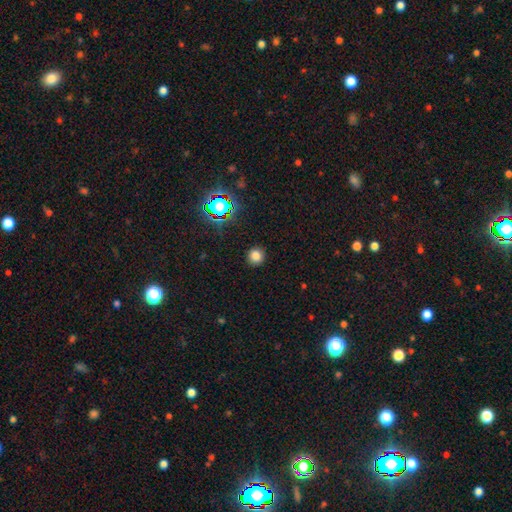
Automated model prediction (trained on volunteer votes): Smooth or featured?
  - smooth: 78% *
  - star or artifact: 17%
  - featured or disk: 5%
How rounded?
  - round: 90% *
  - in between: 9%
  - cigar-shaped: 1%
Merging?
  - none: 90% *
  - minor disturbance: 6%
  - major disturbance: 2%
  - merger: 1%